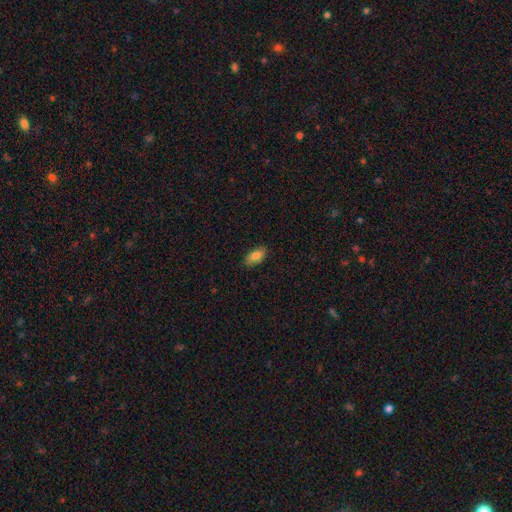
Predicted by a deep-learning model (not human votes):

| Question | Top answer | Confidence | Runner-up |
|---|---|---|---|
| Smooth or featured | smooth | 83% | featured or disk (10%) |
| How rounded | in between | 92% | cigar-shaped (4%) |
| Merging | none | 87% | minor disturbance (10%) |